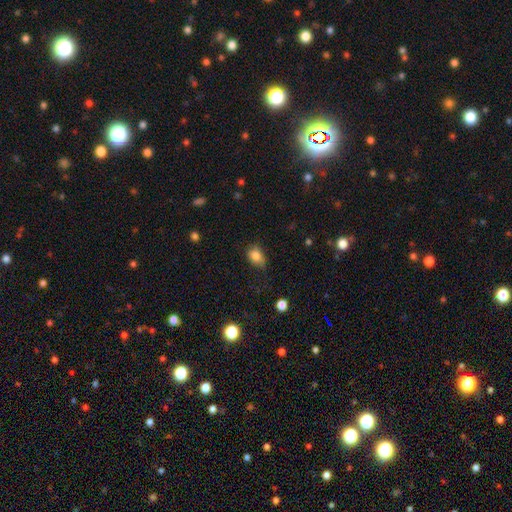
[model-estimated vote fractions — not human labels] Morphology: type=smooth (83%); roundness=in between (68%); merging=none (61%).